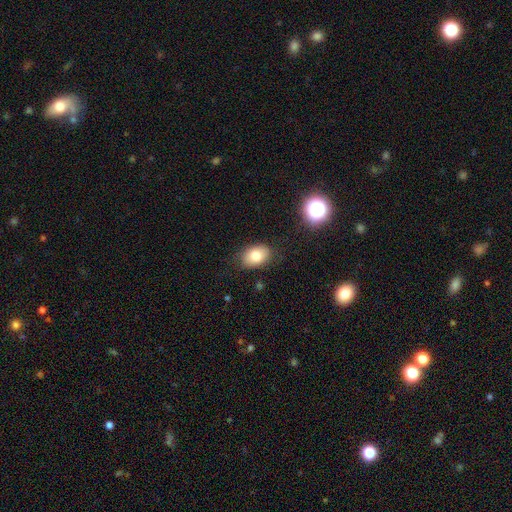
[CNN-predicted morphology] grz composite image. It shows a smooth galaxy with no disk features (80%) that is in between round and cigar-shaped (84%). Merging: none (83%).